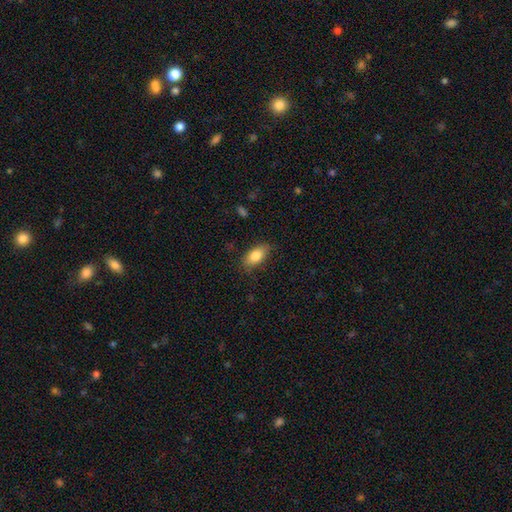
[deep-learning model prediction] The model was most divided on "merging": none: 82%, minor disturbance: 14%, major disturbance: 3%, merger: 1%. More confident: how rounded — in between (90%); smooth or featured — smooth (84%).